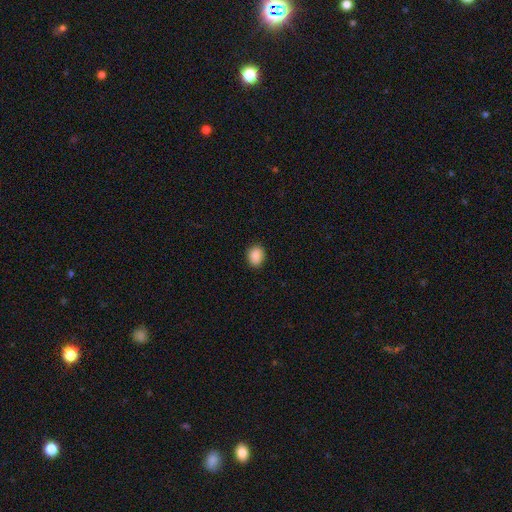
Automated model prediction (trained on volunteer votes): A smooth galaxy with no disk features (89%) that is in between round and cigar-shaped (57%). Merging: none (87%).